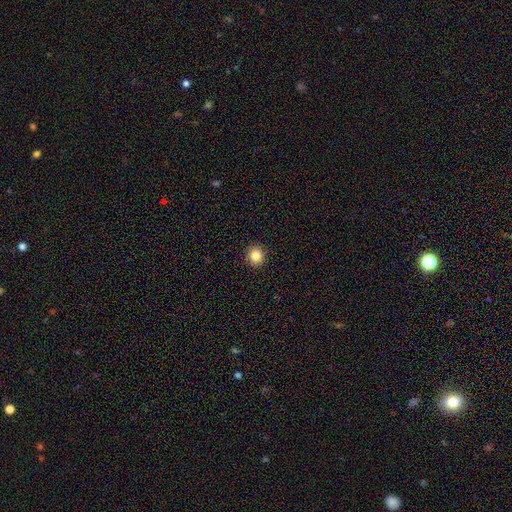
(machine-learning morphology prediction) Smooth or featured? smooth (85%)
How rounded? round (87%)
Merging? none (92%)